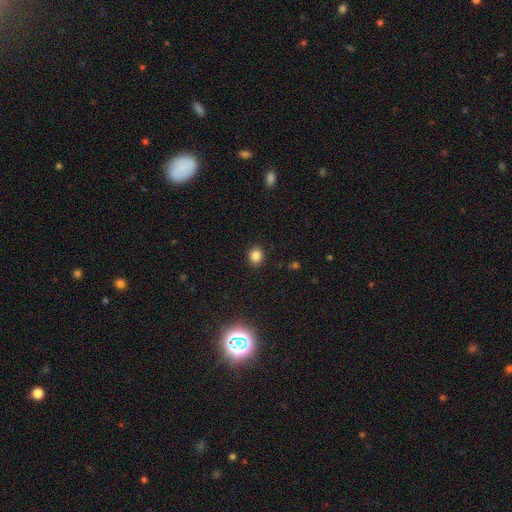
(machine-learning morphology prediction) Smooth or featured: smooth — 83% (star or artifact — 12%)
How rounded: round — 76% (in between — 23%)
Merging: none — 90% (minor disturbance — 7%)